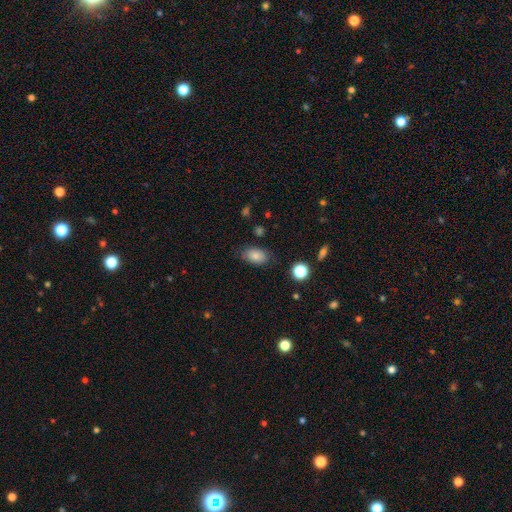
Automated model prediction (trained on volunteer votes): smooth_or_featured: smooth (p=0.82) [alt: star or artifact p=0.09]
how_rounded: in between (p=0.89) [alt: round p=0.09]
merging: none (p=0.80) [alt: minor disturbance p=0.15]